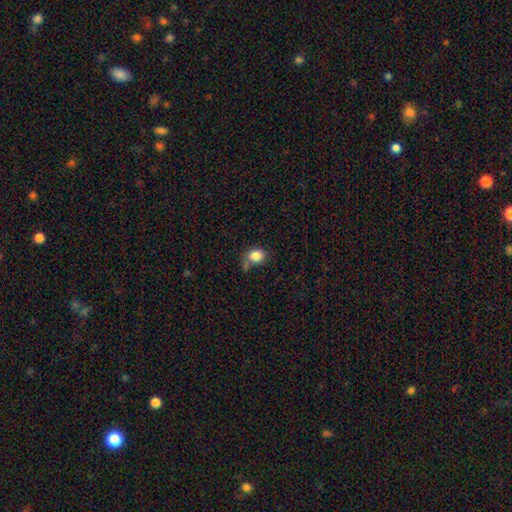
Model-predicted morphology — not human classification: This is clearly a smooth galaxy (85%). How rounded: possibly round (51%). Merging: possibly none (52%).